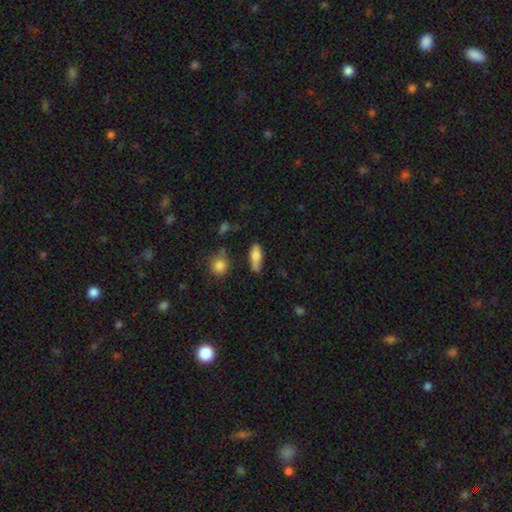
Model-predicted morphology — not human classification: smooth_or_featured: smooth (p=0.76) [alt: featured or disk p=0.16]
how_rounded: in between (p=0.65) [alt: cigar-shaped p=0.31]
merging: none (p=0.66) [alt: minor disturbance p=0.23]